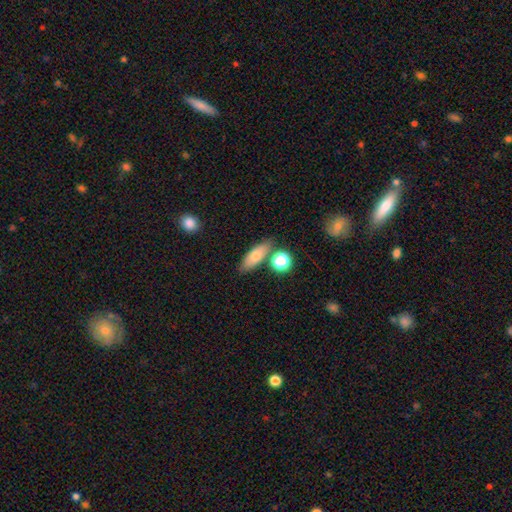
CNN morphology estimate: smooth_or_featured: smooth (p=0.71) [alt: featured or disk p=0.20]
how_rounded: in between (p=0.58) [alt: cigar-shaped p=0.35]
merging: none (p=0.74) [alt: minor disturbance p=0.12]